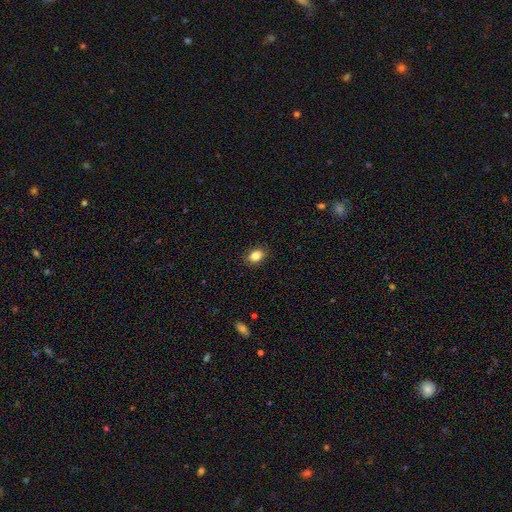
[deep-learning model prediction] This is clearly a smooth galaxy (85%). How rounded: likely in between (76%). Merging: clearly none (89%).